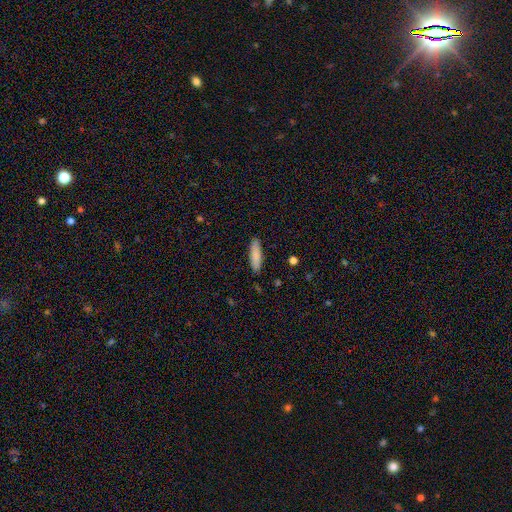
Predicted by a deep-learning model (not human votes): The model was most divided on "how rounded": cigar-shaped: 63%, in between: 36%, round: 1%. More confident: merging — none (88%); smooth or featured — smooth (86%).